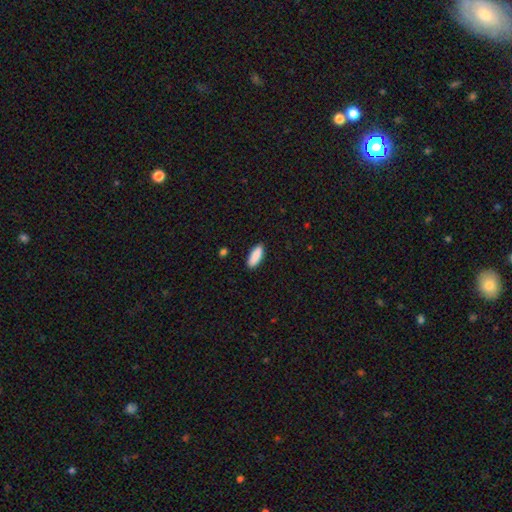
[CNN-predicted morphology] A smooth galaxy with no disk features (90%) that is in between round and cigar-shaped (70%).

Vote fractions:
- Smooth or featured? smooth: 90% / star or artifact: 6% / featured or disk: 4%
- How rounded? in between: 70% / cigar-shaped: 28% / round: 2%
- Merging? none: 89% / minor disturbance: 8% / major disturbance: 2% / merger: 1%